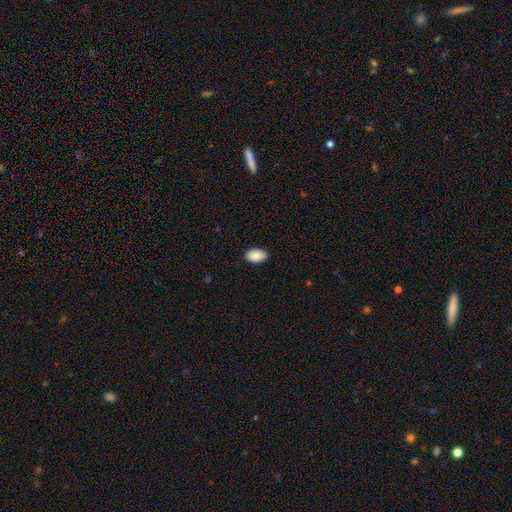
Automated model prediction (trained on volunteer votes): This is clearly a smooth galaxy (89%). How rounded: clearly in between (89%). Merging: clearly none (89%).